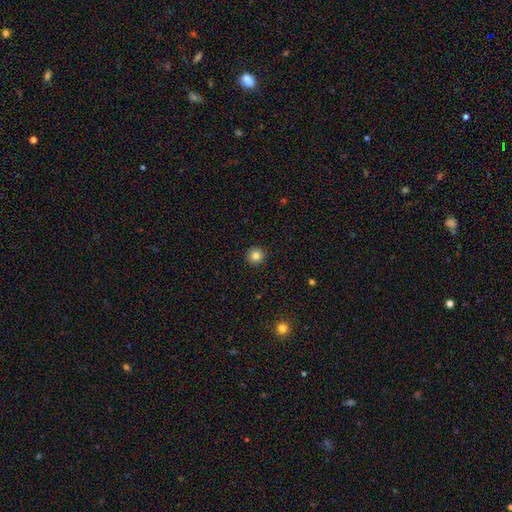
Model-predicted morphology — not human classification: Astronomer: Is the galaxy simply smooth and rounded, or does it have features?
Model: smooth — 83%.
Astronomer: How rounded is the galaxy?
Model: round — 95%.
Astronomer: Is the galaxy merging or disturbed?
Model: none — 93%.